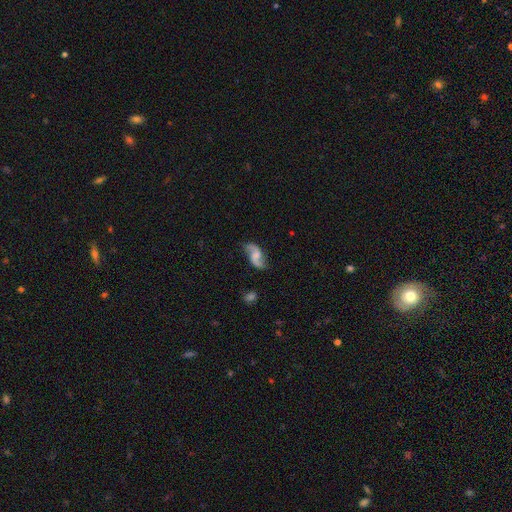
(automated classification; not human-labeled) Smooth or featured? Predicted: featured or disk (p=0.82). Edge-on disk? Predicted: no (p=0.97). Bar? Predicted: no (p=0.44, tied with weak). Spiral arms? Predicted: yes (p=0.96). Spiral winding? Predicted: loose (p=0.73). Spiral arm count? Predicted: 2 (p=0.93). Bulge size? Predicted: none (p=0.39). Merging? Predicted: none (p=0.74).